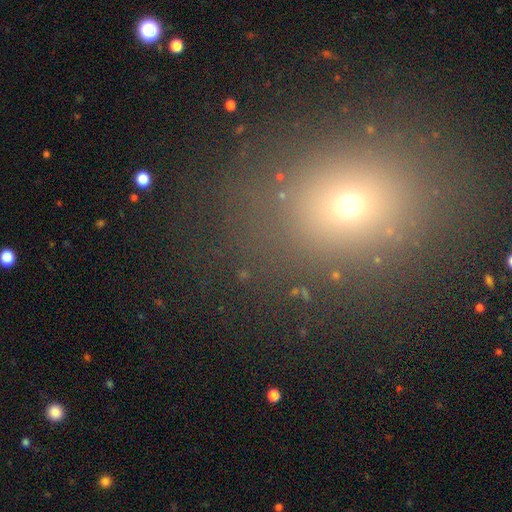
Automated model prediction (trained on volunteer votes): Overall: smooth (57%; star or artifact 34%). How rounded: round (62%; in between 36%). Merging: none (83%).